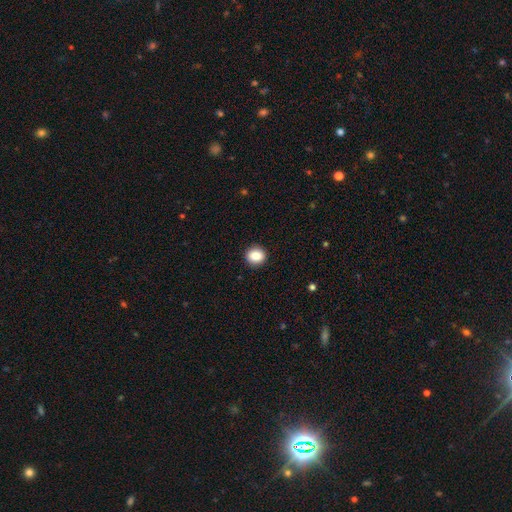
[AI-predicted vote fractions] The model was most divided on "how rounded": round: 79%, in between: 20%, cigar-shaped: 1%. More confident: merging — none (91%); smooth or featured — smooth (87%).